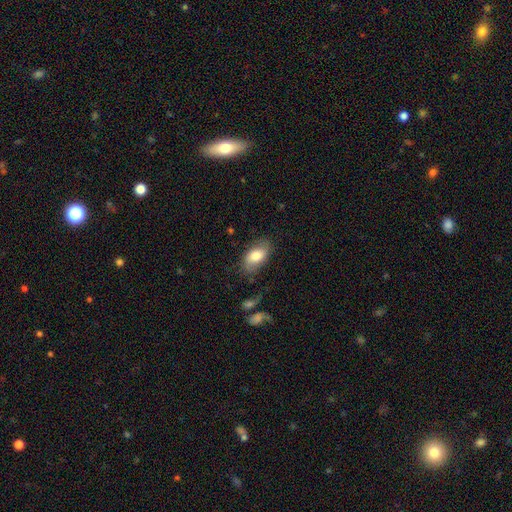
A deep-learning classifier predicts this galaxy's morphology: Q: Smooth or featured?
A: smooth (74%); runner-up: featured or disk (19%)
Q: How rounded?
A: in between (92%); runner-up: round (5%)
Q: Merging?
A: none (73%); runner-up: minor disturbance (19%)